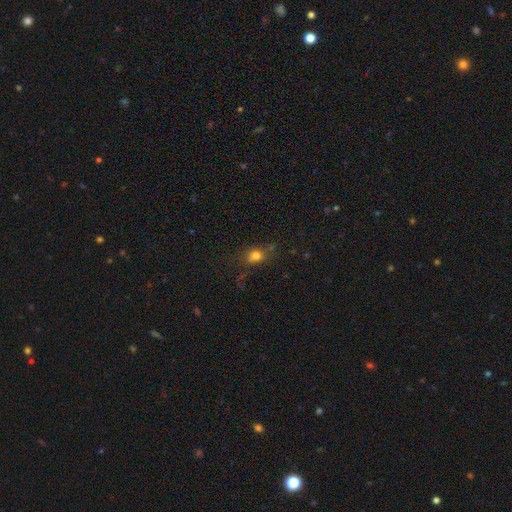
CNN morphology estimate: A smooth galaxy with no disk features (75%) that is round (52%). Merging: none (66%).